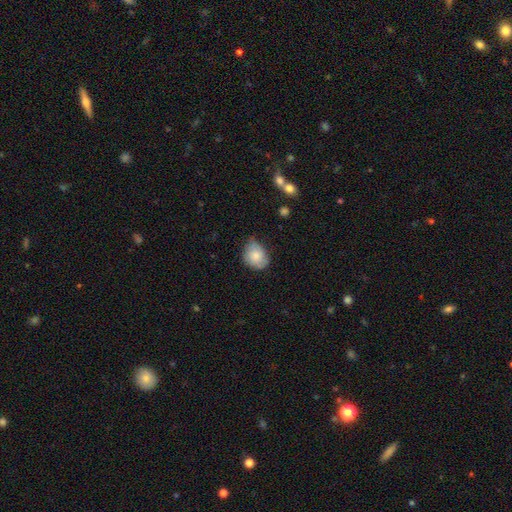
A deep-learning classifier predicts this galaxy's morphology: This appears to be a smooth galaxy with no disk features (76%) that is round (52%). Merging: none (54%).